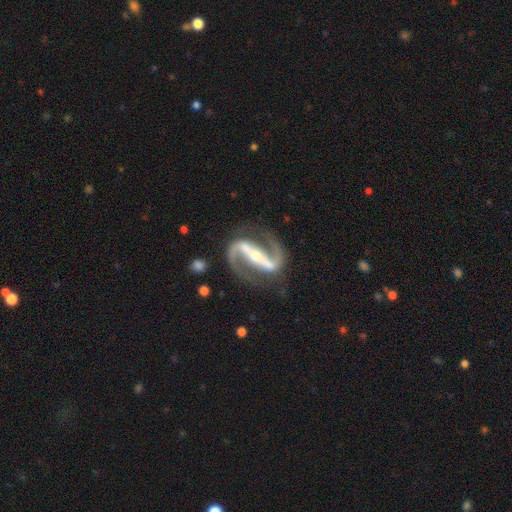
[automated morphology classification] smooth-or-featured: featured or disk: 93% | star or artifact: 4% | smooth: 3%
  disk-edge-on: no: 95% | yes: 5%
    bar: strong: 82% | weak: 11% | no: 7%
    has-spiral-arms: yes: 98% | no: 2%
      spiral-winding: medium: 56% | tight: 23% | loose: 21%
      spiral-arm-count: 2: 94% | can't tell: 1% | 1: 1% | 3: 1% | 4: 1% | more than 4: 1%
    bulge-size: small: 58% | moderate: 36% | large: 3% | none: 2% | dominant: 1%
  merging: none: 82% | minor disturbance: 10% | major disturbance: 5% | merger: 2%